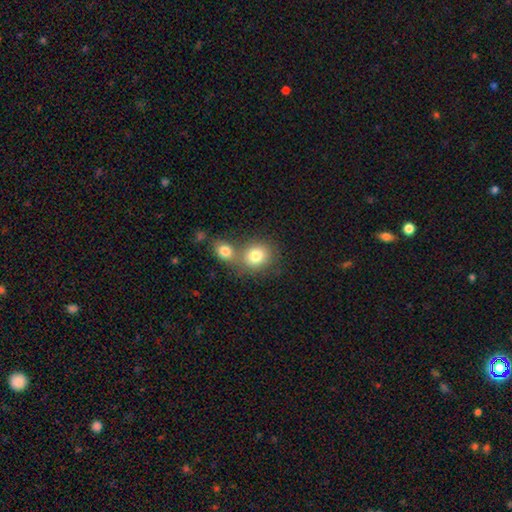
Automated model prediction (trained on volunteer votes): This appears to be a smooth galaxy with no disk features (81%) that is round (73%). Merging: merger (45%).